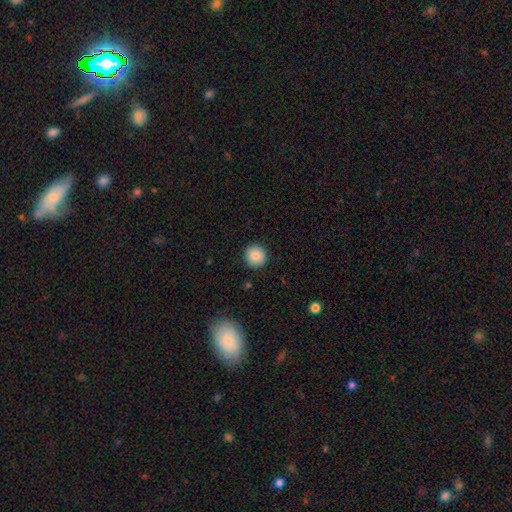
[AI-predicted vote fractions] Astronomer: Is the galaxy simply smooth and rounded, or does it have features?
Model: smooth — 87%.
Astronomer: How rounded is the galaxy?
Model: round — 93%.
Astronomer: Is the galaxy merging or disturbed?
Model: none — 91%.